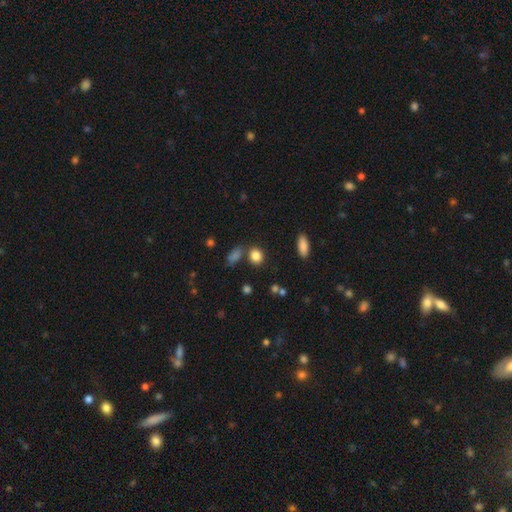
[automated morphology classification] This appears to be a smooth galaxy with no disk features (84%) that is round (59%). Merging: none (73%).